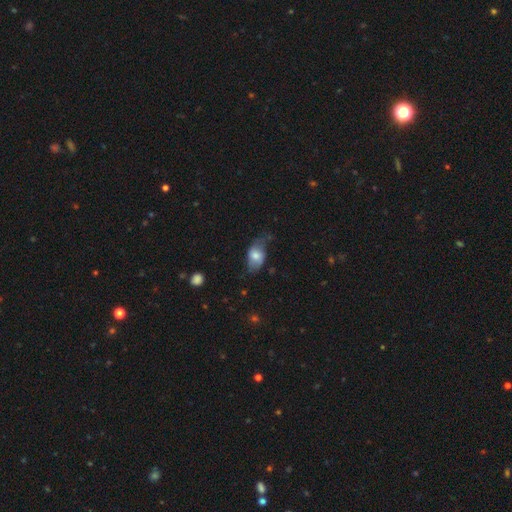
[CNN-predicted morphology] type=smooth (66%); roundness=in between (87%); merging=none (44%).